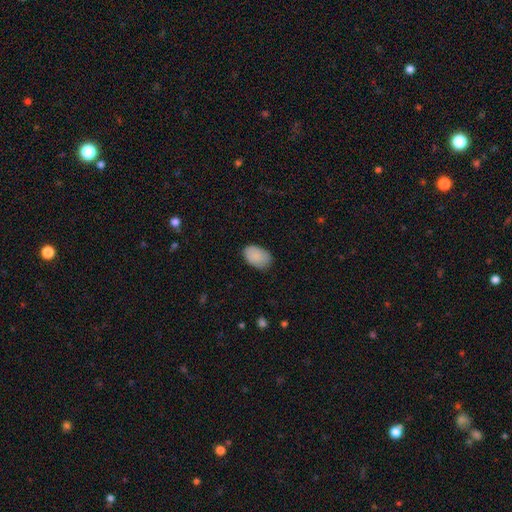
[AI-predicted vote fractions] smooth 88%, star or artifact 6%, featured or disk 5%. Down the decision tree: how rounded — in between (90%); merging — none (82%).